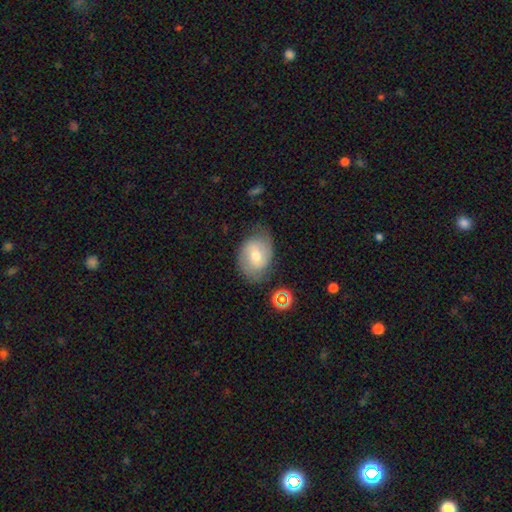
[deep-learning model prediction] Overall: smooth (51%; featured or disk 40%). How rounded: in between (70%). Merging: none (68%).